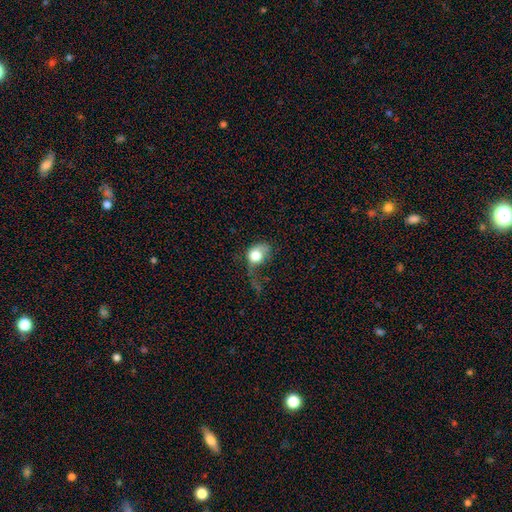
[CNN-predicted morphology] Smooth or featured? Predicted: smooth (p=0.74). How rounded? Predicted: in between (p=0.54). Merging? Predicted: major disturbance (p=0.50).